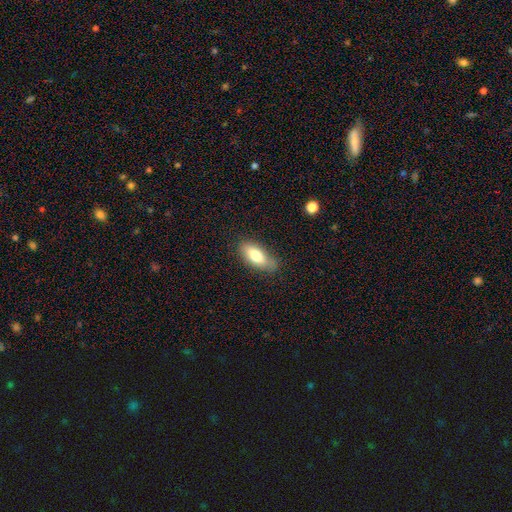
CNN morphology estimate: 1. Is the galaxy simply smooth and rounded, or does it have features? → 76% smooth, 17% featured or disk, 7% star or artifact.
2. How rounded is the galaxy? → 82% in between, 15% cigar-shaped, 3% round.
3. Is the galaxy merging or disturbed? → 75% none, 19% minor disturbance, 4% major disturbance, 2% merger.